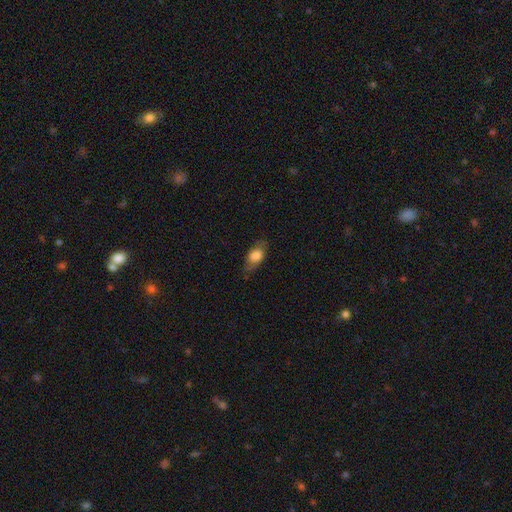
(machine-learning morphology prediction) This is likely a smooth galaxy (70%). How rounded: clearly in between (82%). Merging: likely none (71%).